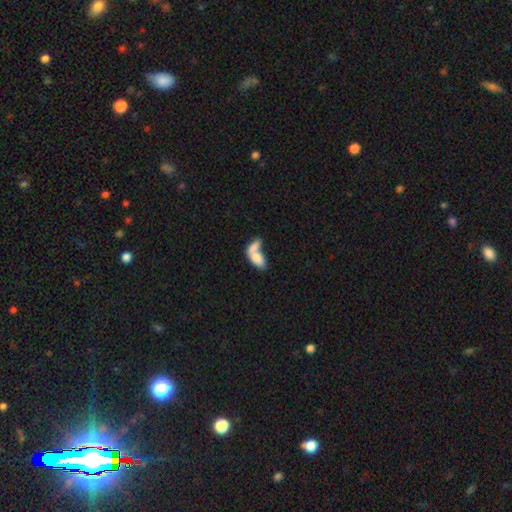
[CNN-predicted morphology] Smooth or featured? smooth (74%)
How rounded? in between (85%)
Merging? merger (69%)